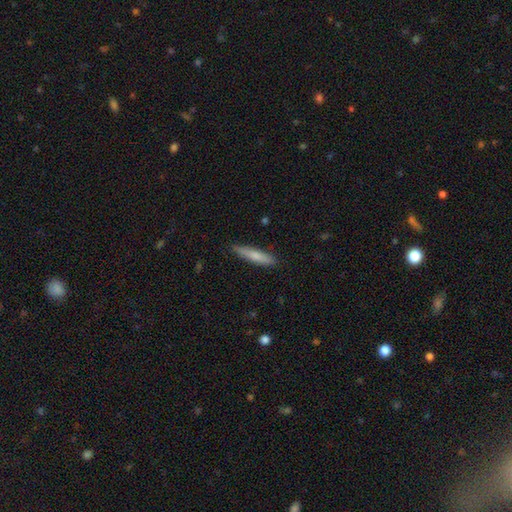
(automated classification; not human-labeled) The model was most divided on "smooth or featured": smooth: 73%, featured or disk: 21%, star or artifact: 6%. More confident: how rounded — cigar-shaped (89%); merging — none (88%).